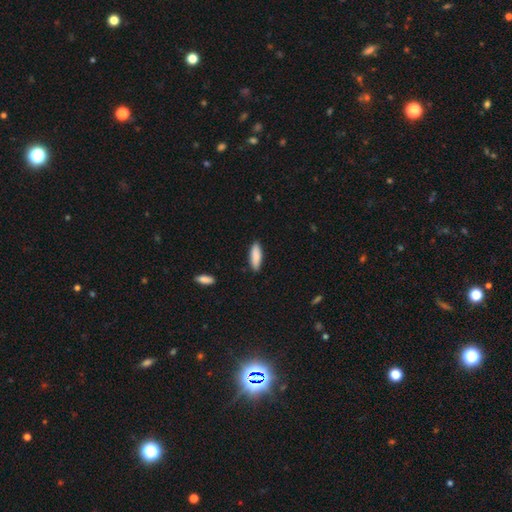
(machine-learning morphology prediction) Smooth or featured: smooth — 88% (featured or disk — 6%)
How rounded: in between — 50% (cigar-shaped — 48%)
Merging: none — 87% (minor disturbance — 10%)